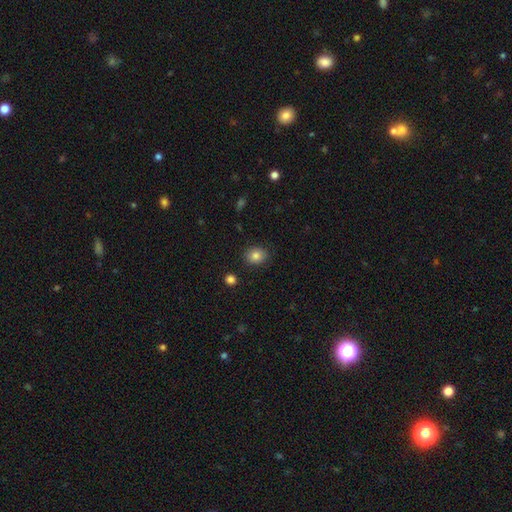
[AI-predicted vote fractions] Smooth or featured? Predicted: smooth (p=0.82). How rounded? Predicted: round (p=0.61). Merging? Predicted: none (p=0.87).